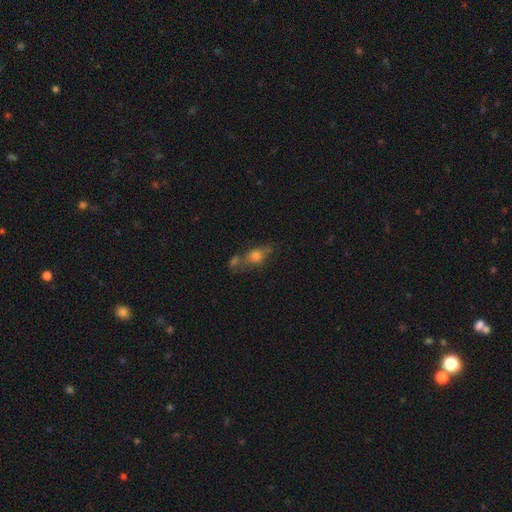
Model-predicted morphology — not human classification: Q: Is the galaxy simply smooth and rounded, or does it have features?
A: smooth — 54%.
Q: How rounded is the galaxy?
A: in between — 52%.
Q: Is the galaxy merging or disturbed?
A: none — 44%.